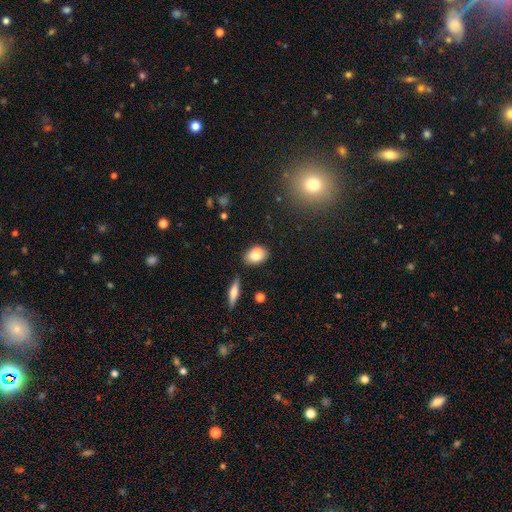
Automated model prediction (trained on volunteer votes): This is likely a smooth galaxy (73%). How rounded: likely in between (70%). Merging: possibly none (47%).